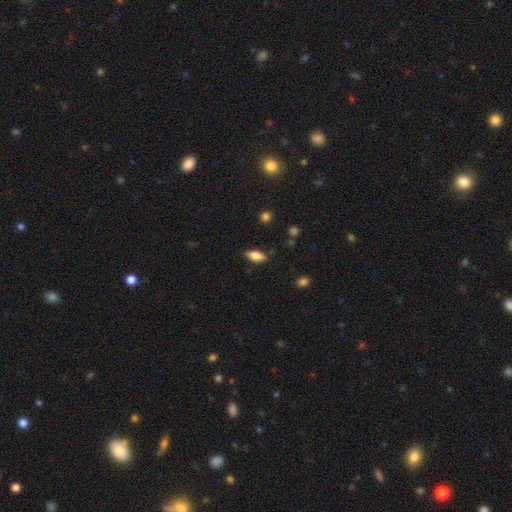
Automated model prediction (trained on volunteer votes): This is clearly a smooth galaxy (82%). How rounded: clearly in between (87%). Merging: clearly none (84%).